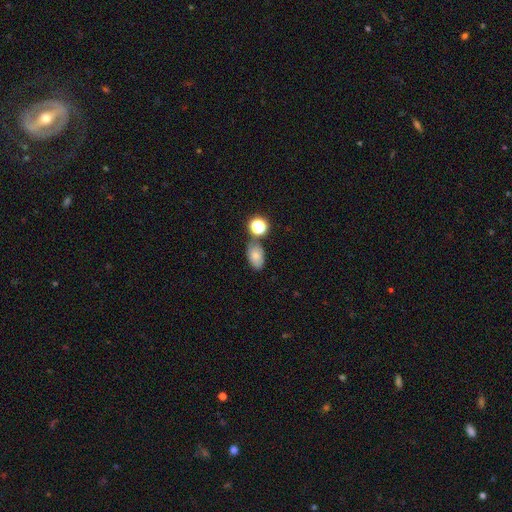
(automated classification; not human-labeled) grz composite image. It shows a smooth galaxy with no disk features (73%) that is in between round and cigar-shaped (84%). Merging: none (68%).